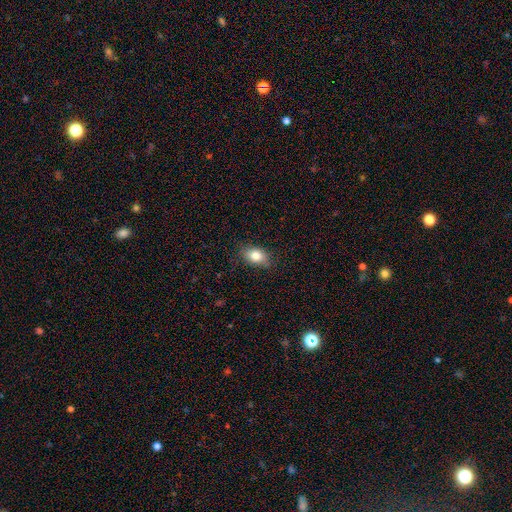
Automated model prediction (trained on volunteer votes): smooth_or_featured: smooth (p=0.82) [alt: featured or disk p=0.10]
how_rounded: in between (p=0.82) [alt: round p=0.16]
merging: none (p=0.83) [alt: minor disturbance p=0.13]